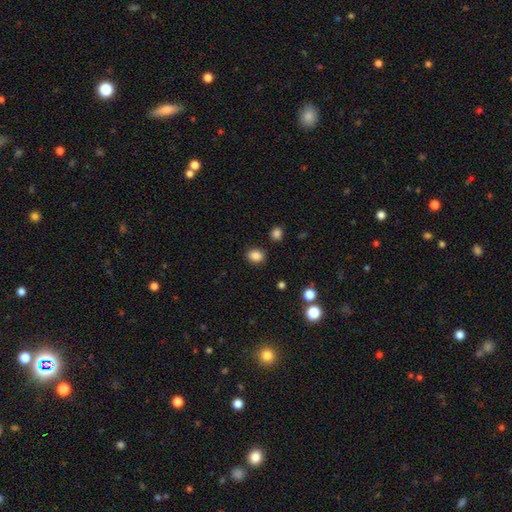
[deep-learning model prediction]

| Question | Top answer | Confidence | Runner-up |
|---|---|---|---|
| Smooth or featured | smooth | 85% | star or artifact (11%) |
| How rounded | round | 57% | in between (42%) |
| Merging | none | 88% | minor disturbance (8%) |